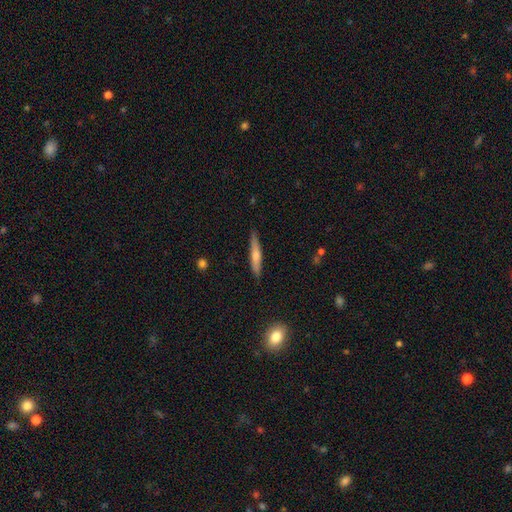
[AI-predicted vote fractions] Smooth or featured: smooth — 58% (featured or disk — 36%)
How rounded: cigar-shaped — 92% (in between — 6%)
Merging: none — 87% (minor disturbance — 10%)